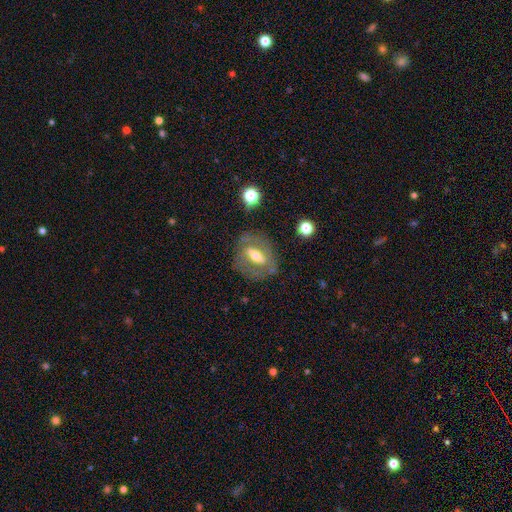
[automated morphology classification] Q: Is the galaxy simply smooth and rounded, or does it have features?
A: featured or disk — 63%.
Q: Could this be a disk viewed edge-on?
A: no — 85%.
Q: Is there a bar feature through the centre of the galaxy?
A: strong — 44%.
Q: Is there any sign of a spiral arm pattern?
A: no — 65%.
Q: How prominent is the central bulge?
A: moderate — 63%.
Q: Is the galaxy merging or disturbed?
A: none — 70%.